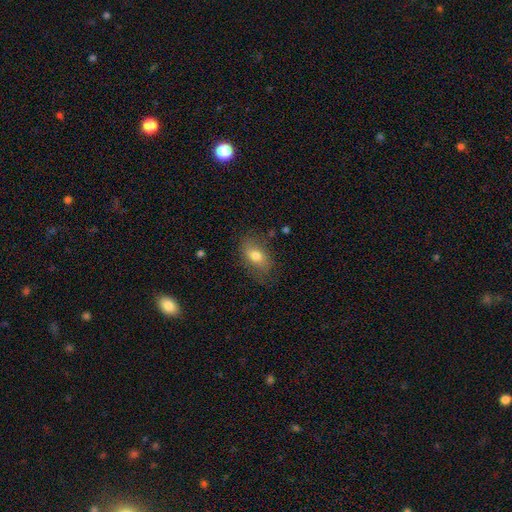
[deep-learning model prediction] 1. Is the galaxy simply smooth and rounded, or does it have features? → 73% smooth, 19% featured or disk, 8% star or artifact.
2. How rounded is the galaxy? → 85% in between, 12% round, 3% cigar-shaped.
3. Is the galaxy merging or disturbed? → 68% none, 22% minor disturbance, 8% major disturbance, 2% merger.